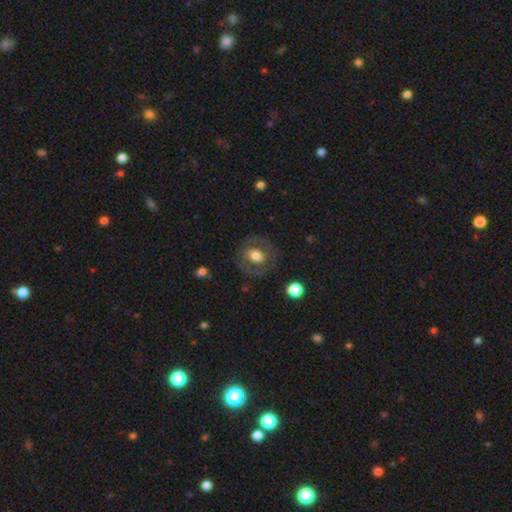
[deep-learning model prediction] smooth_or_featured: smooth (p=0.49) [alt: featured or disk p=0.44]
merging: none (p=0.77) [alt: minor disturbance p=0.12]